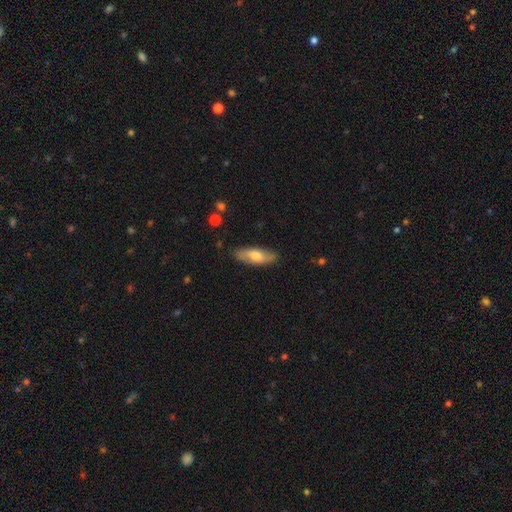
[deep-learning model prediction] Q: Smooth or featured?
A: smooth (65%); runner-up: featured or disk (29%)
Q: How rounded?
A: in between (66%); runner-up: cigar-shaped (31%)
Q: Merging?
A: none (85%); runner-up: minor disturbance (12%)